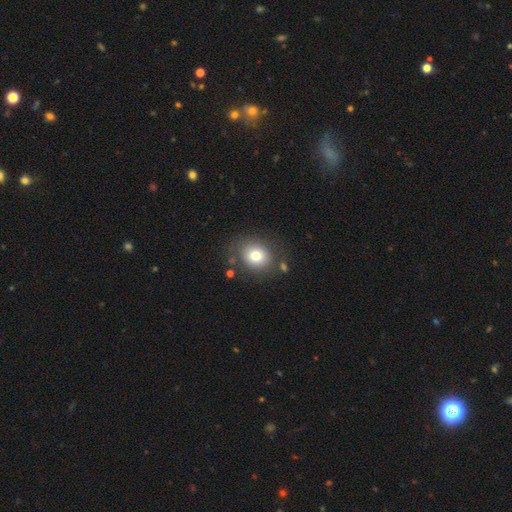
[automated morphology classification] Smooth or featured: smooth — 76% (featured or disk — 13%)
How rounded: round — 68% (in between — 31%)
Merging: none — 79% (minor disturbance — 12%)